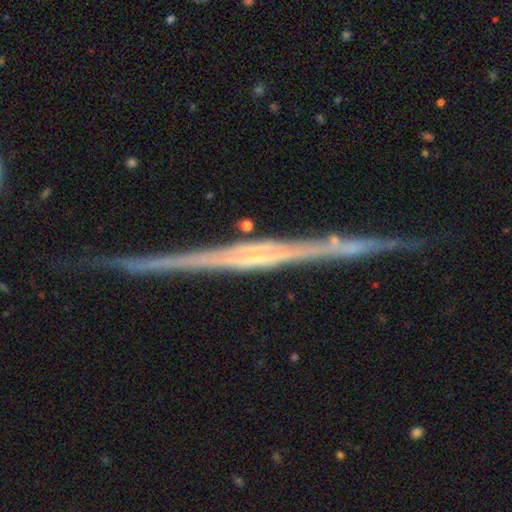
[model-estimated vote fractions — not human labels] Overall: featured or disk (84%). Edge-on disk: yes (98%). Edge-on bulge: none (53%; rounded 33%). Merging: none (87%).